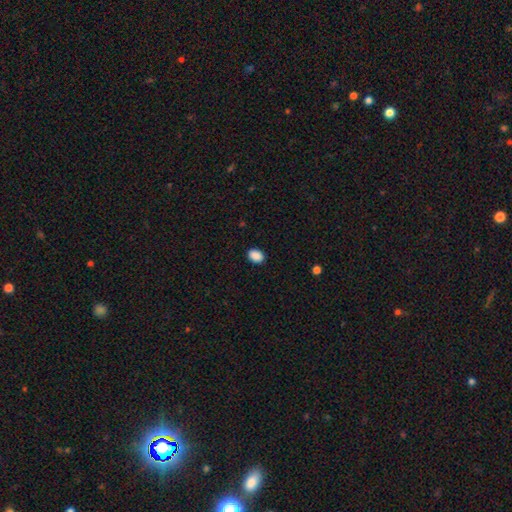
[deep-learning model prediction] A smooth galaxy with no disk features (90%) that is in between round and cigar-shaped (75%). Merging: none (89%).